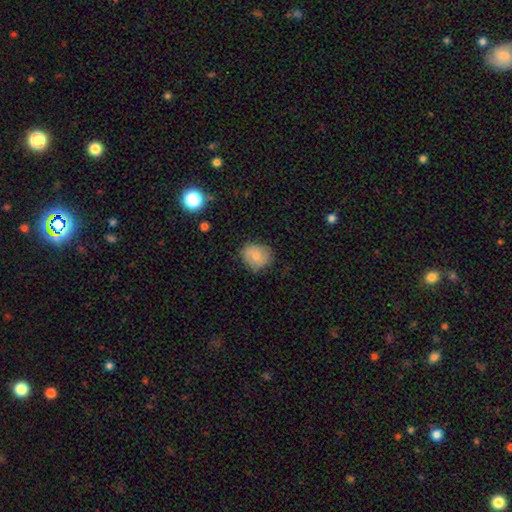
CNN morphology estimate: smooth_or_featured: smooth (p=0.75) [alt: featured or disk p=0.18]
how_rounded: round (p=0.62) [alt: in between p=0.37]
merging: none (p=0.68) [alt: minor disturbance p=0.25]